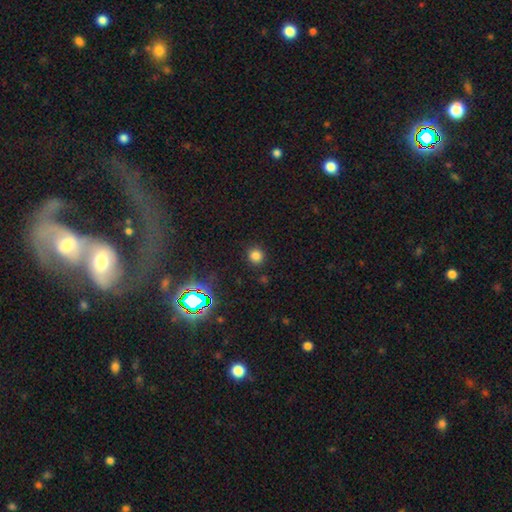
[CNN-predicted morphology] The model was most divided on "smooth or featured": smooth: 77%, star or artifact: 18%, featured or disk: 5%. More confident: how rounded — round (90%); merging — none (89%).